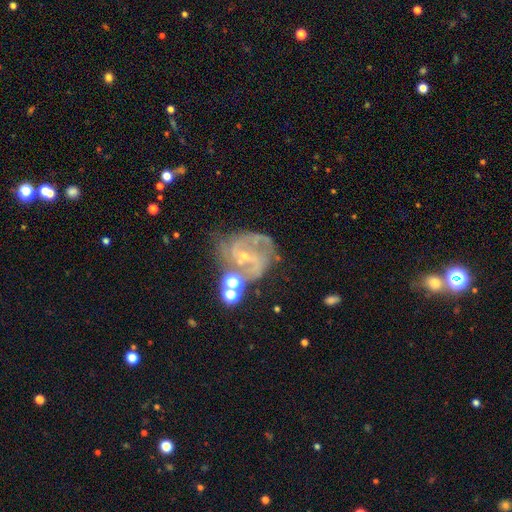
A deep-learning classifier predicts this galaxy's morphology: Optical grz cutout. It shows a featured or disk galaxy (81%) with a weak bar (43%), 2 (47%) medium (49%) spiral arms (93%) and a small central bulge (78%). Merging: none (50%).